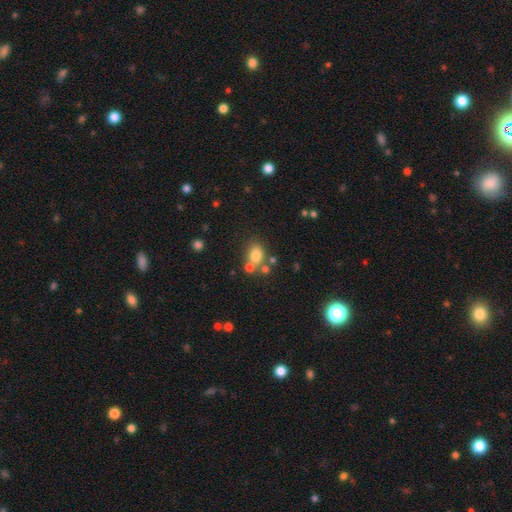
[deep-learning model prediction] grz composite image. It shows a smooth galaxy with no disk features (77%) that is in between round and cigar-shaped (56%). Merging: none (56%).